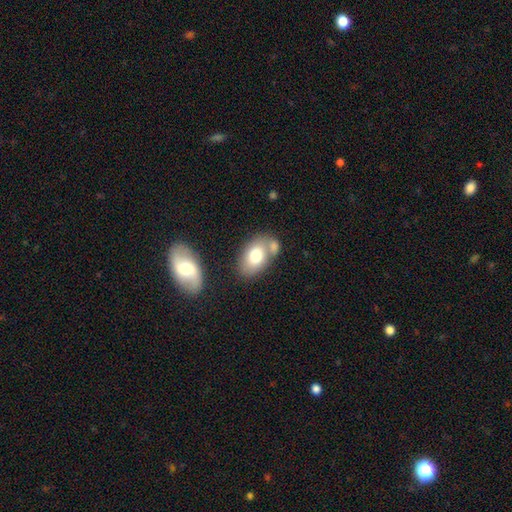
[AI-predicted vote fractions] A smooth galaxy with no disk features (73%) that is in between round and cigar-shaped (88%). Merging: none (52%).